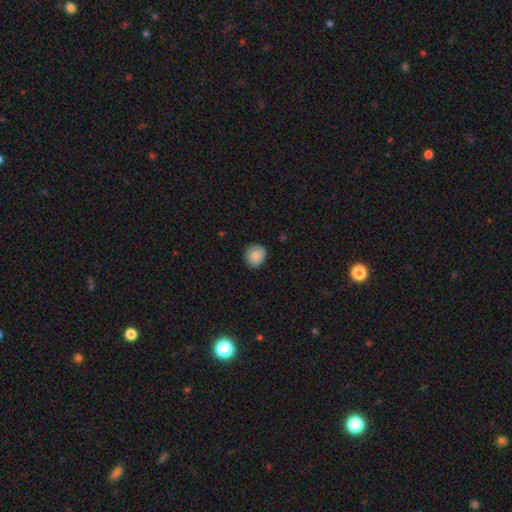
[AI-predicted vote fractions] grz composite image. It shows a smooth galaxy with no disk features (88%) that is round (76%). Merging: none (86%).